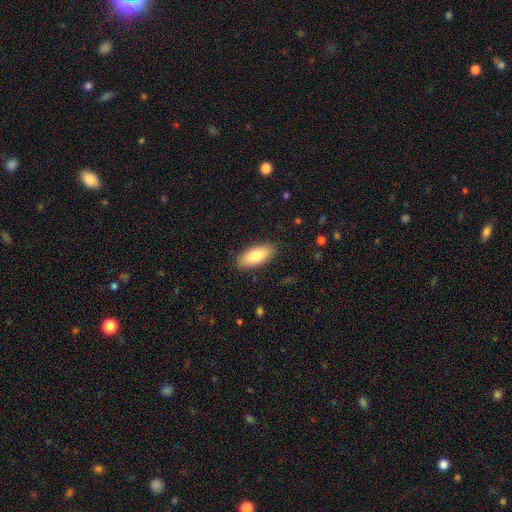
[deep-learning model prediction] This is clearly a smooth galaxy (81%). How rounded: clearly in between (87%). Merging: clearly none (88%).